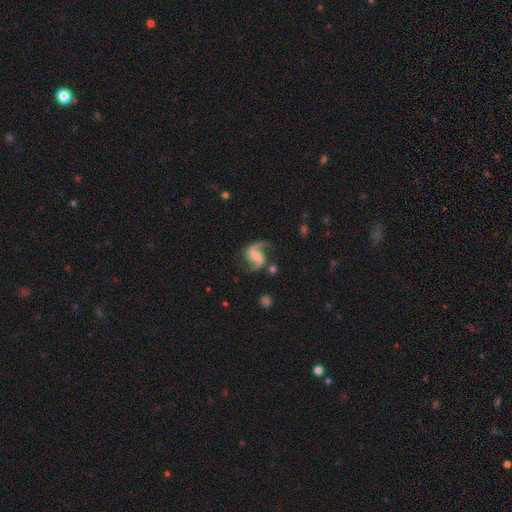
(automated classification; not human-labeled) Smooth or featured? featured or disk (89%)
Edge-on disk? no (98%)
Bar? weak (44%)
Spiral arms? yes (97%)
Spiral winding? loose (54%)
Spiral arm count? 2 (91%)
Bulge size? moderate (44%)
Merging? none (70%)